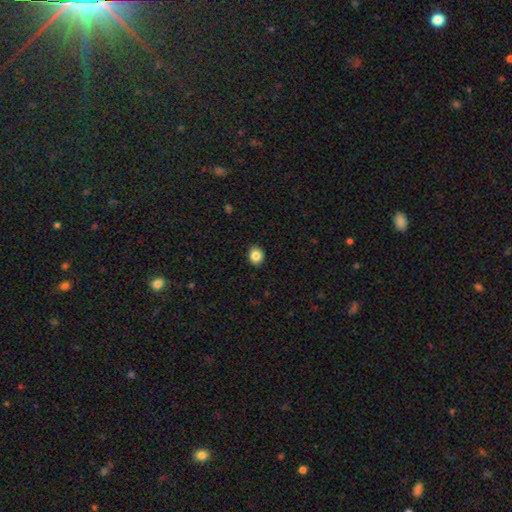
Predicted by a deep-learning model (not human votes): Overall: smooth (85%). How rounded: round (69%; in between 30%). Merging: none (91%).